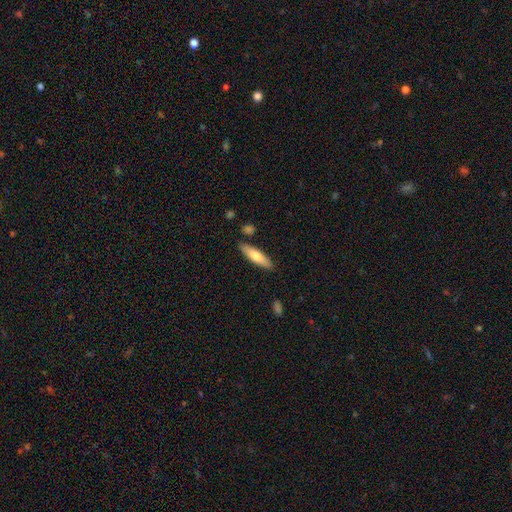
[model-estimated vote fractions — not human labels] This appears to be a smooth galaxy with no disk features (70%) that is cigar-shaped (69%). Merging: none (85%).